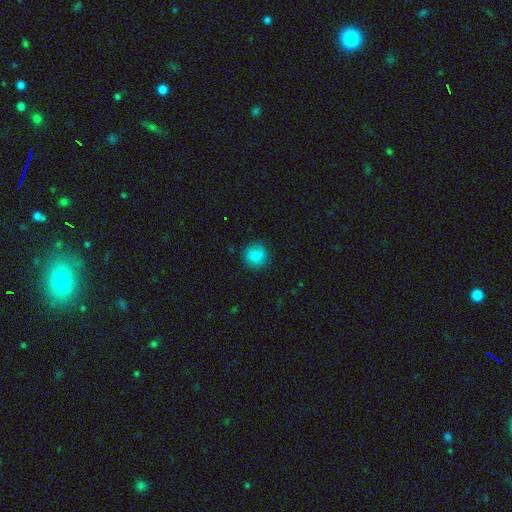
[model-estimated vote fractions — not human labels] Smooth or featured: smooth — 86% (star or artifact — 9%)
How rounded: round — 90% (in between — 9%)
Merging: none — 83% (minor disturbance — 13%)